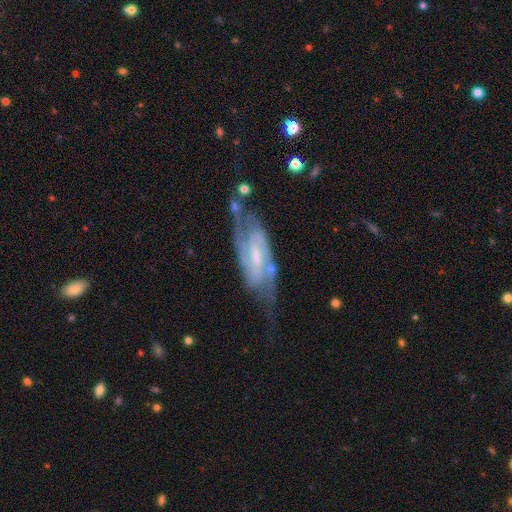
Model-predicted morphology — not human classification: Smooth or featured? featured or disk (89%)
Edge-on disk? no (93%)
Bar? weak (49%)
Spiral arms? yes (97%)
Spiral winding? medium (52%)
Spiral arm count? 2 (88%)
Bulge size? small (47%)
Merging? none (66%)